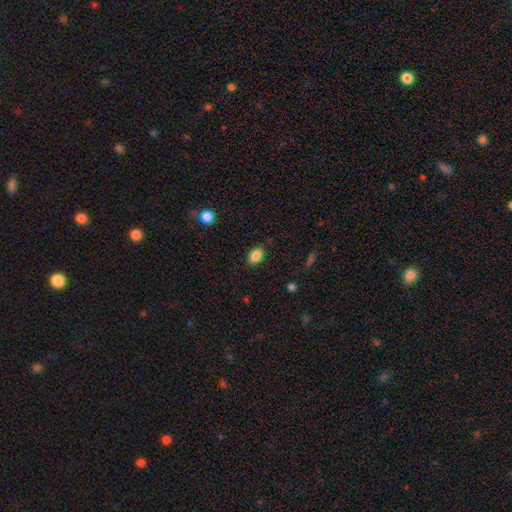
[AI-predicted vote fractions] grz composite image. It shows a smooth galaxy with no disk features (86%) that is in between round and cigar-shaped (85%). Merging: none (86%).